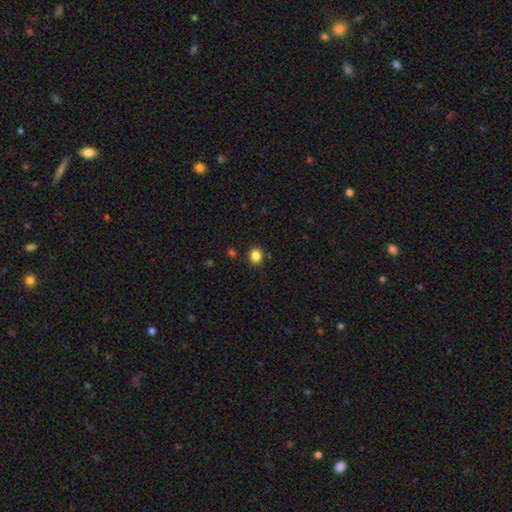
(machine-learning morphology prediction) This appears to be a smooth galaxy with no disk features (84%) that is round (82%). Merging: none (89%).